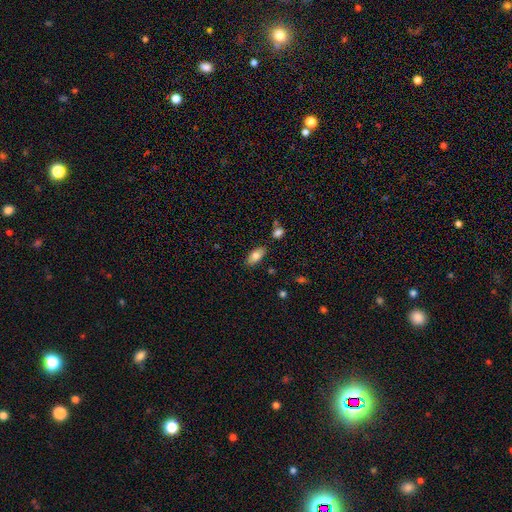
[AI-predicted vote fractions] The model was most divided on "smooth or featured": smooth: 78%, featured or disk: 14%, star or artifact: 7%. More confident: how rounded — in between (89%); merging — none (81%).